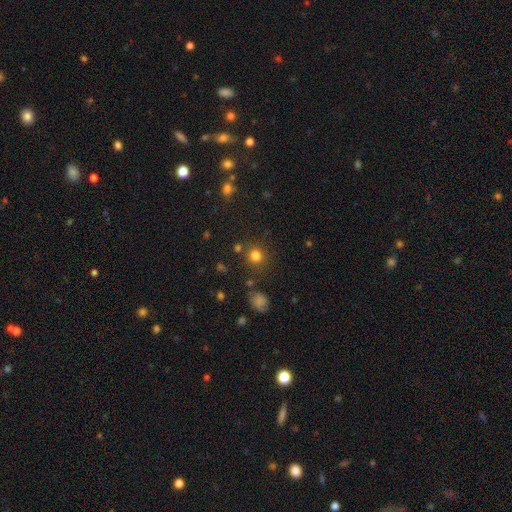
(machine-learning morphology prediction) Smooth or featured: smooth — 79% (star or artifact — 16%)
How rounded: round — 87% (in between — 12%)
Merging: none — 80% (minor disturbance — 9%)